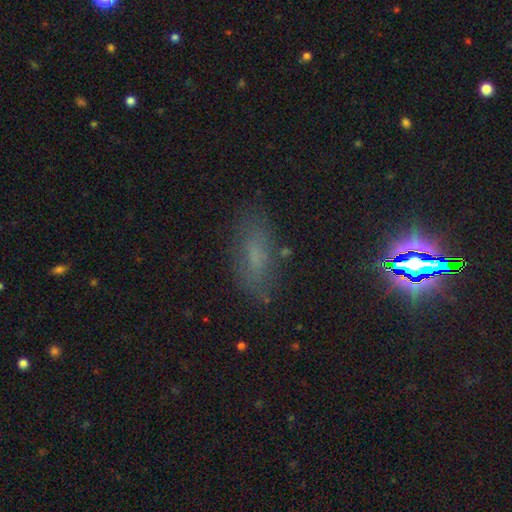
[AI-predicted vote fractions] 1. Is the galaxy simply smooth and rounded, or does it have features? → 52% smooth, 25% star or artifact, 22% featured or disk.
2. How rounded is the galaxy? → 69% in between, 26% cigar-shaped, 4% round.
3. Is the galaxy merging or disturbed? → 75% none, 17% minor disturbance, 7% major disturbance, 2% merger.